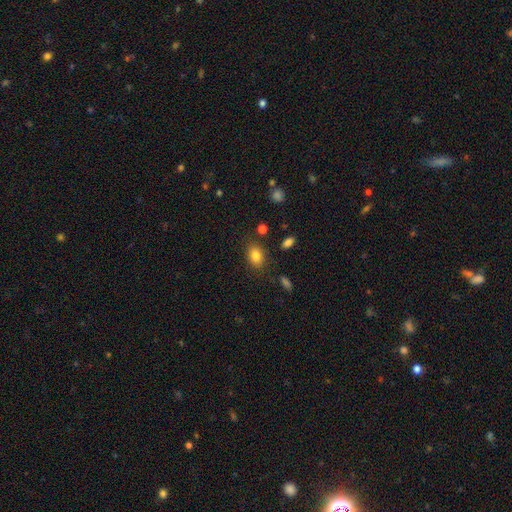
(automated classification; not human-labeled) Overall: smooth (83%). How rounded: in between (75%). Merging: none (81%).